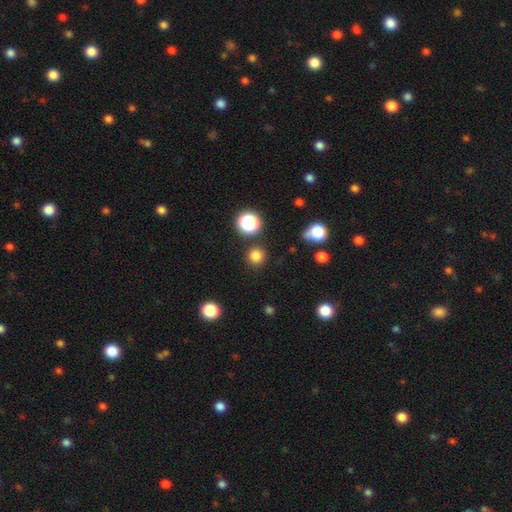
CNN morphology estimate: Smooth or featured?
  - smooth: 80% *
  - star or artifact: 15%
  - featured or disk: 4%
How rounded?
  - round: 94% *
  - in between: 5%
  - cigar-shaped: 1%
Merging?
  - none: 89% *
  - minor disturbance: 6%
  - merger: 3%
  - major disturbance: 2%